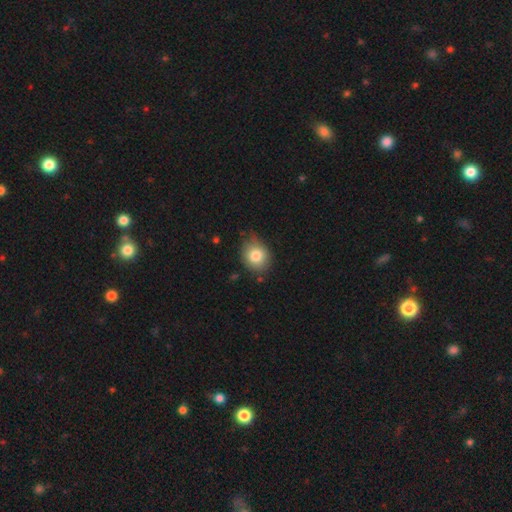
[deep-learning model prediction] This appears to be a smooth galaxy with no disk features (81%) that is round (62%). Merging: none (71%).